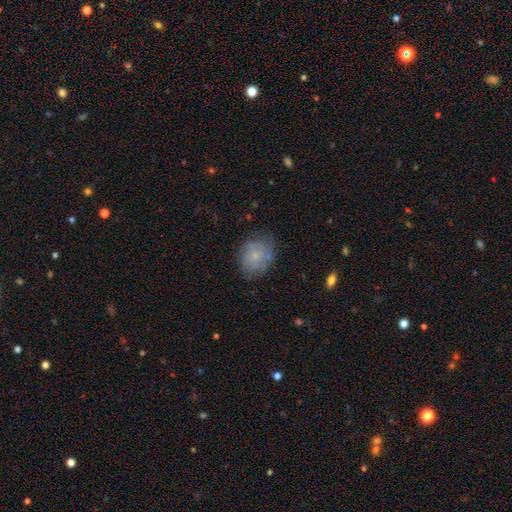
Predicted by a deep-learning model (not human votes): Smooth or featured? smooth (62%)
How rounded? round (52%)
Merging? none (72%)